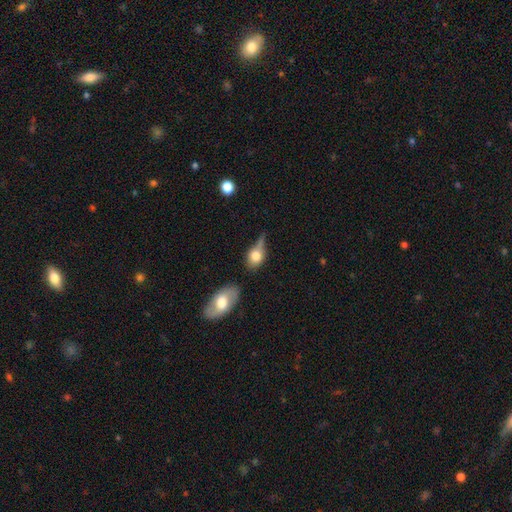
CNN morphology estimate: This appears to be a smooth galaxy with no disk features (71%) that is in between round and cigar-shaped (67%). Merging: none (34%).